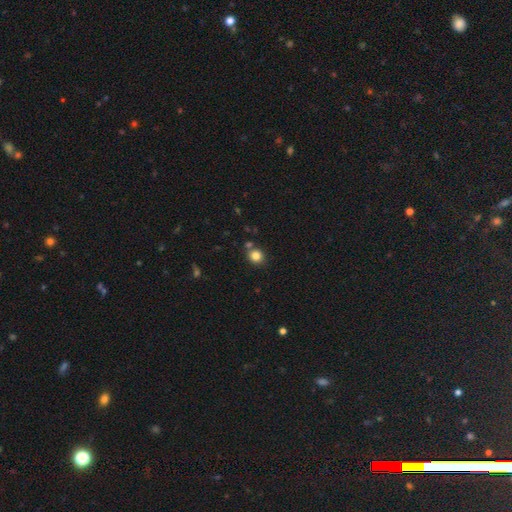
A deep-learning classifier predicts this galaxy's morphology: Smooth or featured?
  - smooth: 82% *
  - star or artifact: 12%
  - featured or disk: 6%
How rounded?
  - round: 85% *
  - in between: 14%
  - cigar-shaped: 1%
Merging?
  - none: 78% *
  - merger: 11%
  - minor disturbance: 9%
  - major disturbance: 3%